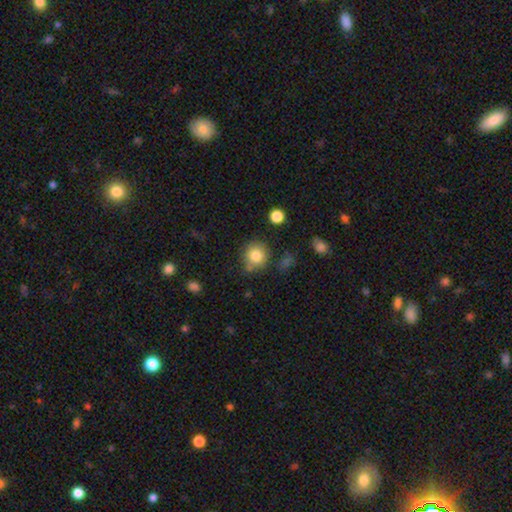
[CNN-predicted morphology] Smooth or featured?
  - smooth: 82% *
  - star or artifact: 10%
  - featured or disk: 8%
How rounded?
  - round: 88% *
  - in between: 11%
  - cigar-shaped: 1%
Merging?
  - none: 75% *
  - minor disturbance: 13%
  - merger: 8%
  - major disturbance: 4%